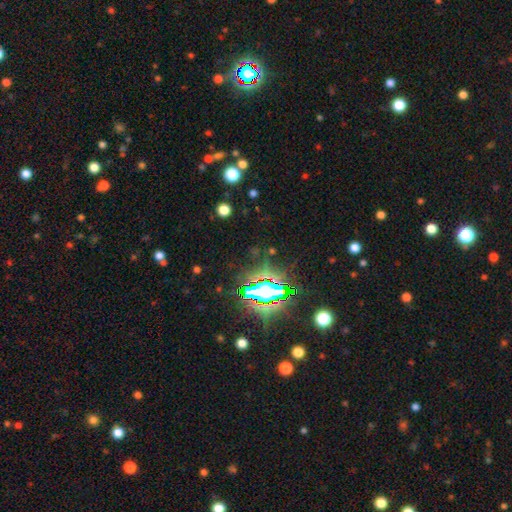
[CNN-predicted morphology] Smooth or featured? star or artifact (83%)